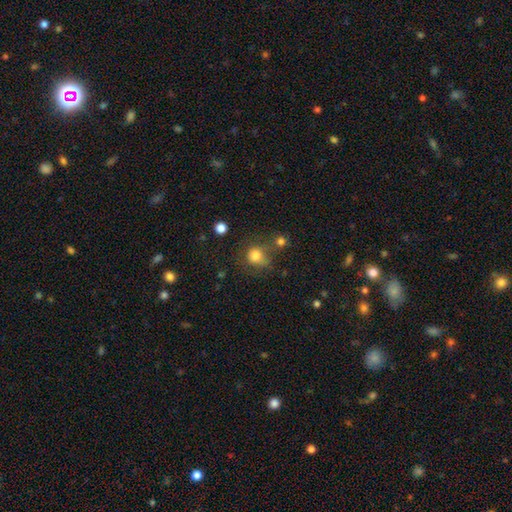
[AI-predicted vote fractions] This is likely a smooth galaxy (79%). How rounded: likely round (78%). Merging: possibly none (52%).